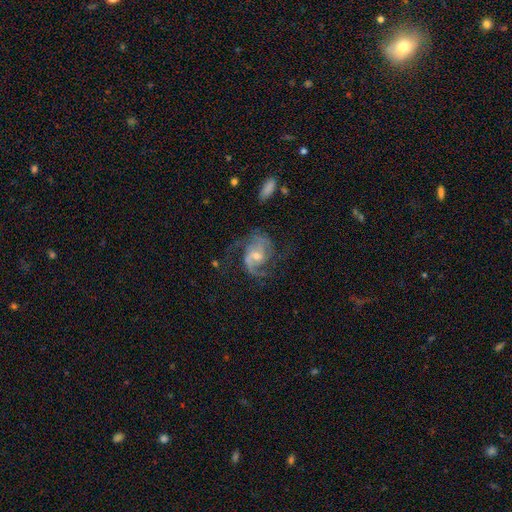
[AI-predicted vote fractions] smooth_or_featured: featured or disk (p=0.87) [alt: smooth p=0.07]
disk_edge_on: no (p=0.97) [alt: yes p=0.03]
bar: no (p=0.43) [tied with: weak p=0.43]
has_spiral_arms: yes (p=0.96) [alt: no p=0.04]
spiral_winding: medium (p=0.51) [alt: loose p=0.27]
spiral_arm_count: 2 (p=0.72) [alt: 3 p=0.10]
bulge_size: small (p=0.48) [alt: moderate p=0.47]
merging: none (p=0.61) [alt: minor disturbance p=0.18]